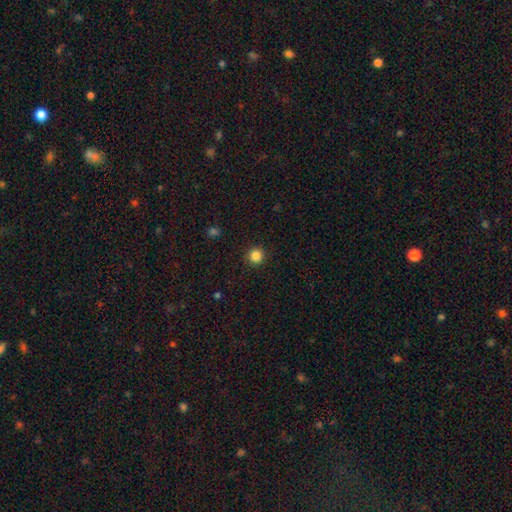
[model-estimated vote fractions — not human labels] Smooth or featured? smooth (85%)
How rounded? round (95%)
Merging? none (92%)